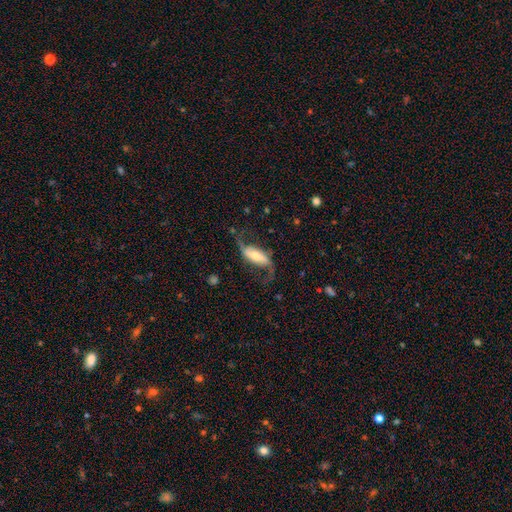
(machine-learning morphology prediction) A featured or disk galaxy (79%) with a strong bar (45%), 2 (92%) loose (82%) spiral arms (94%) and a moderate central bulge (43%). Merging: none (66%).